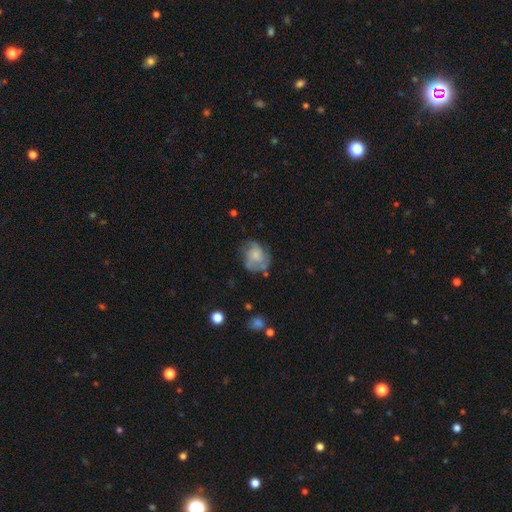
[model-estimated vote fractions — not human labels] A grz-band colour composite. It shows a featured or disk galaxy (51%). Merging: none (52%).